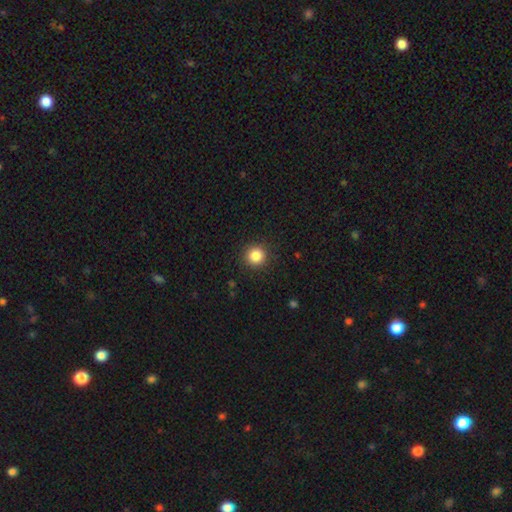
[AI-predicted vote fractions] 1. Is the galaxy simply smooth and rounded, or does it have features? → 86% smooth, 10% star or artifact, 4% featured or disk.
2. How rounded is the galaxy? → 95% round, 4% in between, 1% cigar-shaped.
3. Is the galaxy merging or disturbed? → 92% none, 5% minor disturbance, 2% major disturbance, 1% merger.